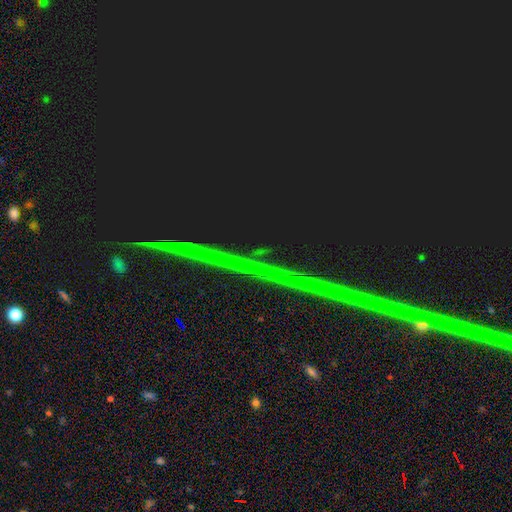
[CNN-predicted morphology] Smooth or featured?
  - star or artifact: 89% *
  - featured or disk: 7%
  - smooth: 4%